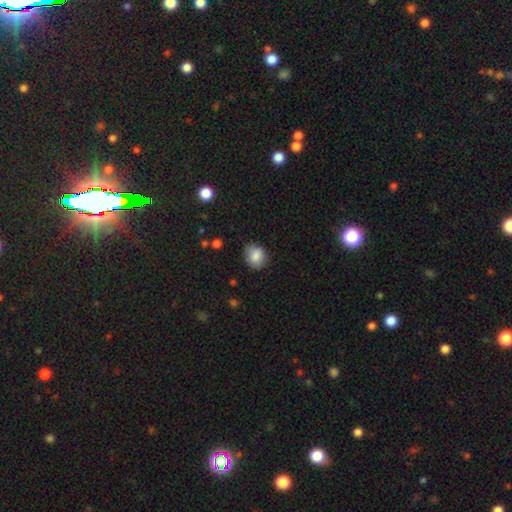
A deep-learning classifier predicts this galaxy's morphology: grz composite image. It shows a smooth galaxy with no disk features (86%) that is round (62%). Merging: none (77%).